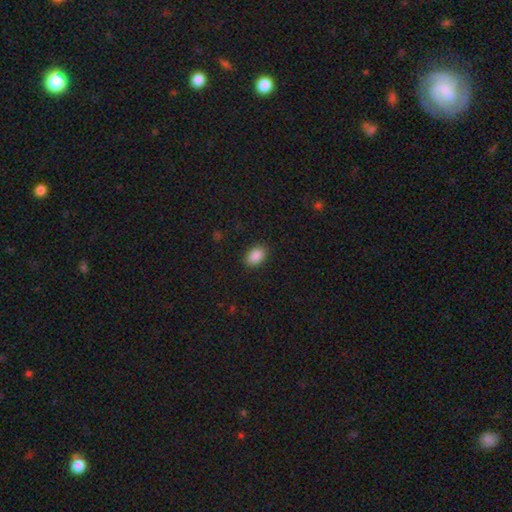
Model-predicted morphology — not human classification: smooth-or-featured: smooth: 88% | star or artifact: 8% | featured or disk: 4%
  how-rounded: in between: 84% | round: 14% | cigar-shaped: 1%
  merging: none: 89% | minor disturbance: 8% | major disturbance: 2% | merger: 1%